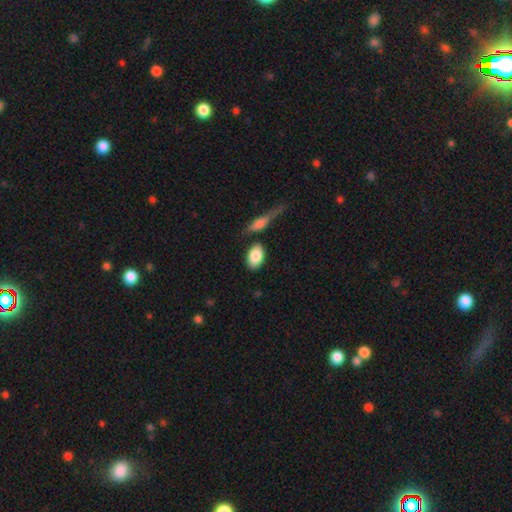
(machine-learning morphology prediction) Smooth or featured?
  - smooth: 85% *
  - featured or disk: 9%
  - star or artifact: 6%
How rounded?
  - in between: 90% *
  - round: 8%
  - cigar-shaped: 2%
Merging?
  - none: 72% *
  - minor disturbance: 13%
  - merger: 10%
  - major disturbance: 5%